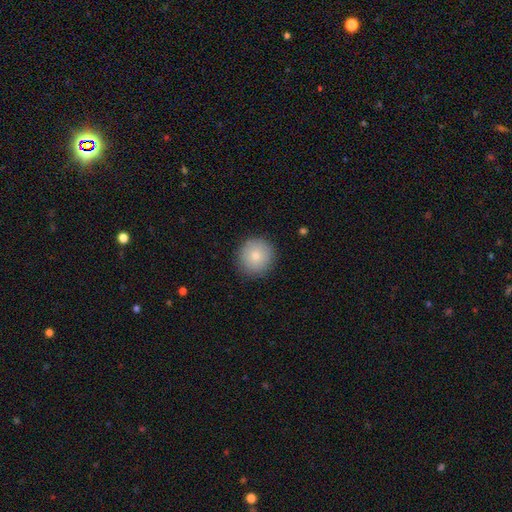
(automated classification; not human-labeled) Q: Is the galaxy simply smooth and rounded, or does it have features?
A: smooth — 82%.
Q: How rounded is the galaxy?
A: round — 93%.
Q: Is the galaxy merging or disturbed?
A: none — 89%.